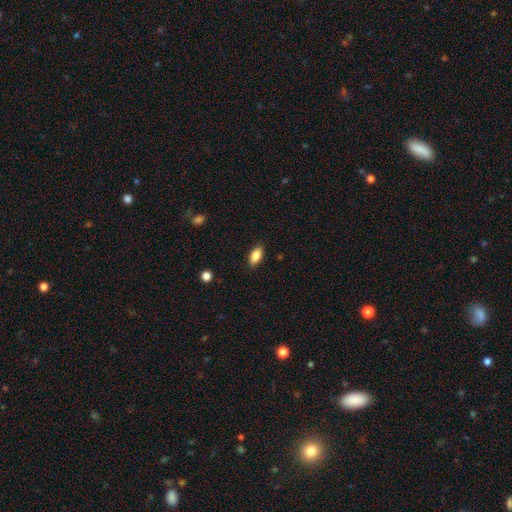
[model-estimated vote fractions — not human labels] This is clearly a smooth galaxy (86%). How rounded: clearly in between (90%). Merging: clearly none (88%).